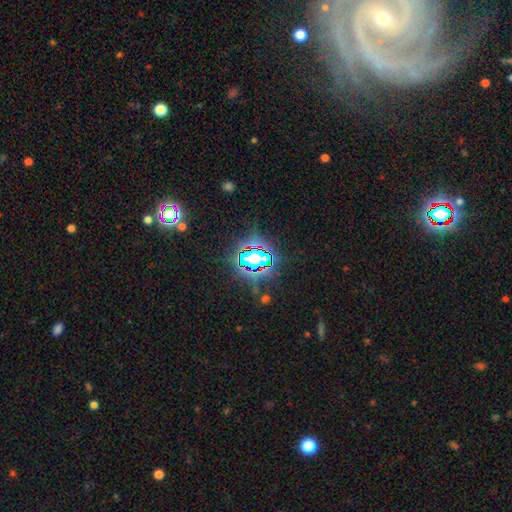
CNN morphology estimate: smooth_or_featured: star or artifact (p=0.80) [alt: smooth p=0.11]